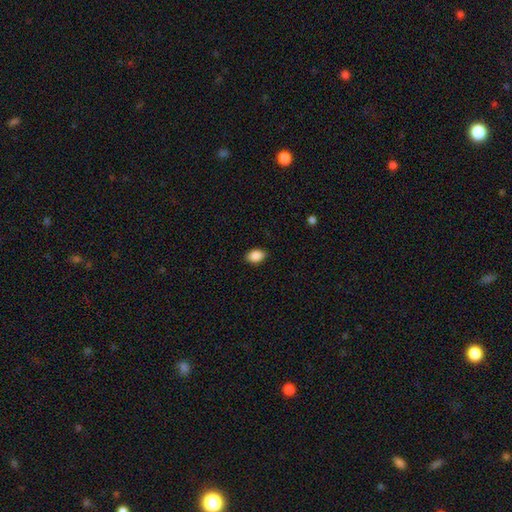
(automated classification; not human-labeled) smooth_or_featured: smooth (p=0.88) [alt: star or artifact p=0.08]
how_rounded: in between (p=0.85) [alt: round p=0.14]
merging: none (p=0.88) [alt: minor disturbance p=0.09]